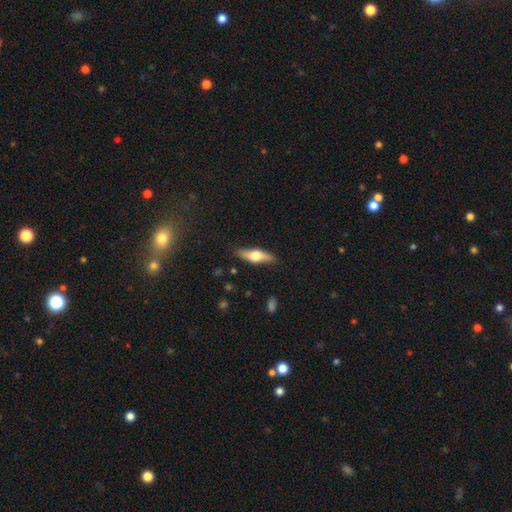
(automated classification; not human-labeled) A smooth galaxy with no disk features (48%).

Vote fractions:
- Smooth or featured? smooth: 48% / featured or disk: 46% / star or artifact: 6%
- Merging? none: 86% / minor disturbance: 10% / major disturbance: 2% / merger: 1%